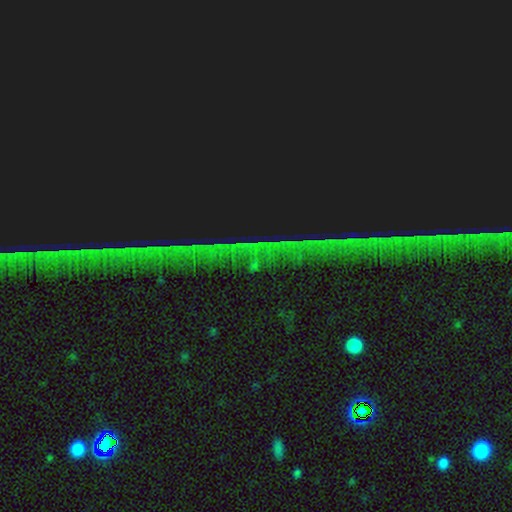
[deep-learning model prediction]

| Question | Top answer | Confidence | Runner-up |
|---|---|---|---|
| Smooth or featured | star or artifact | 85% | featured or disk (9%) |